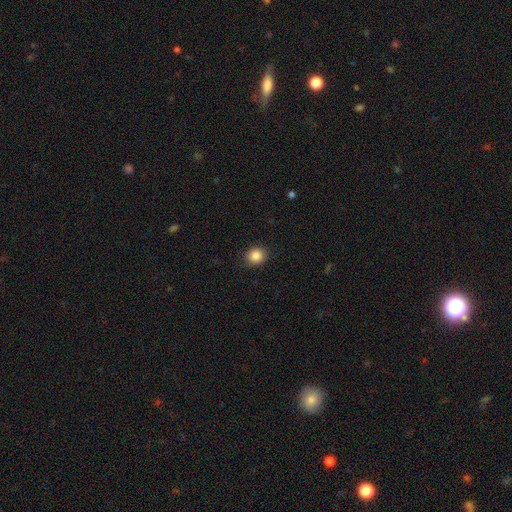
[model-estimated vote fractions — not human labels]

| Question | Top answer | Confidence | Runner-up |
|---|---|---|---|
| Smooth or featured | smooth | 86% | star or artifact (10%) |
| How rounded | round | 79% | in between (20%) |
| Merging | none | 86% | minor disturbance (10%) |